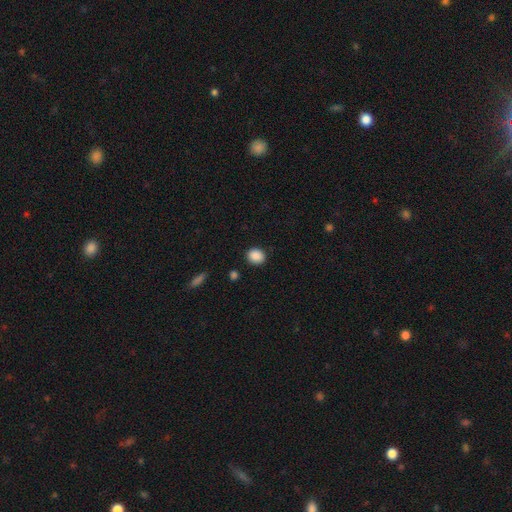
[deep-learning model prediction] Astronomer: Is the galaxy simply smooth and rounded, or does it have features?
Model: smooth — 89%.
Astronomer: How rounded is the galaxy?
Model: round — 66%.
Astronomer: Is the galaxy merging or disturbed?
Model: none — 88%.